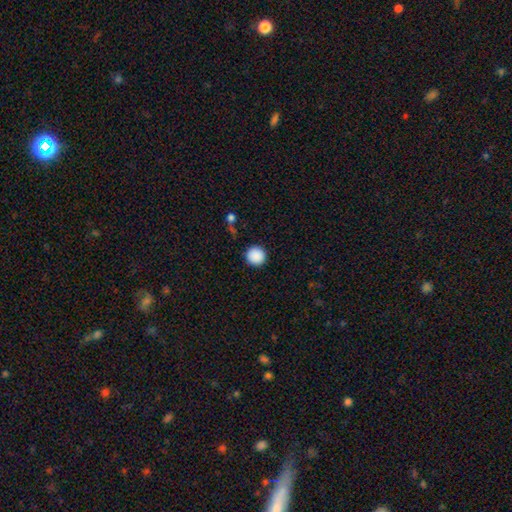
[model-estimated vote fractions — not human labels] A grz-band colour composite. It shows a smooth galaxy with no disk features (89%) that is round (96%). Merging: none (92%).